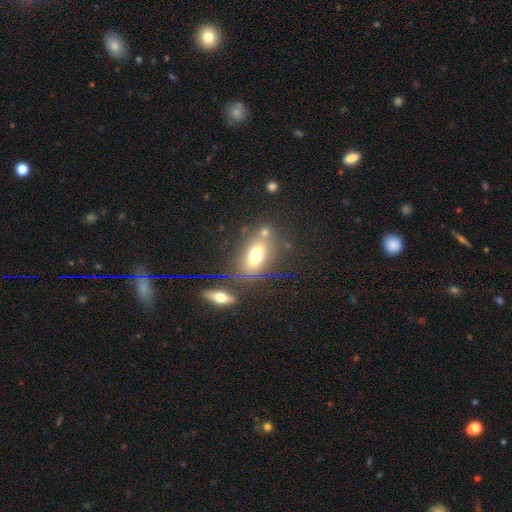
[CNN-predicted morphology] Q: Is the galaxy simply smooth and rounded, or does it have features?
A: smooth — 63%.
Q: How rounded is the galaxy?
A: in between — 73%.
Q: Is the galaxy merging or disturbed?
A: none — 65%.